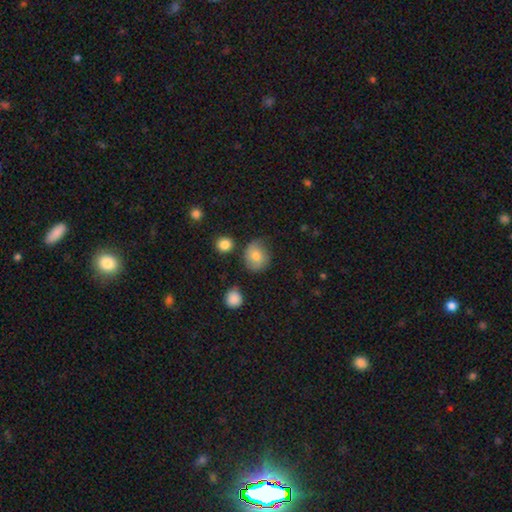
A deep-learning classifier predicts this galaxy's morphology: A smooth galaxy with no disk features (73%) that is round (72%). Merging: none (66%).